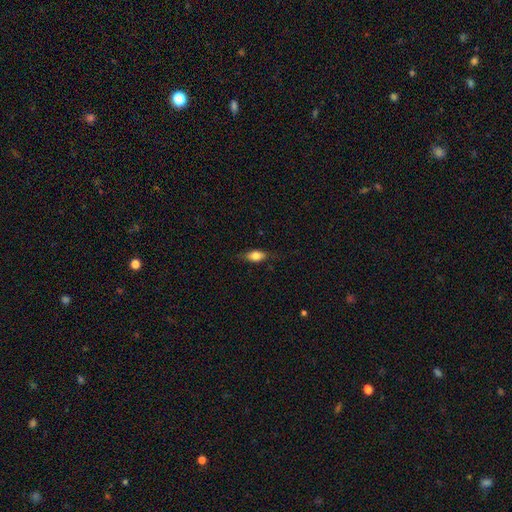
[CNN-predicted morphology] The model was most divided on "merging": none: 76%, minor disturbance: 19%, major disturbance: 5%, merger: 1%. More confident: how rounded — in between (81%); smooth or featured — smooth (75%).